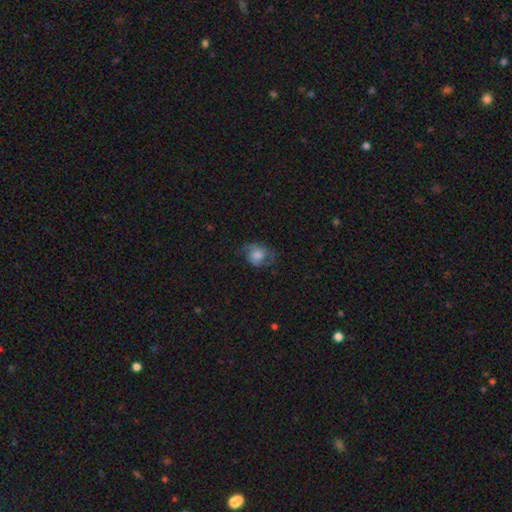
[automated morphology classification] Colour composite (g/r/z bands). It shows a smooth galaxy with no disk features (49%). Merging: none (54%).